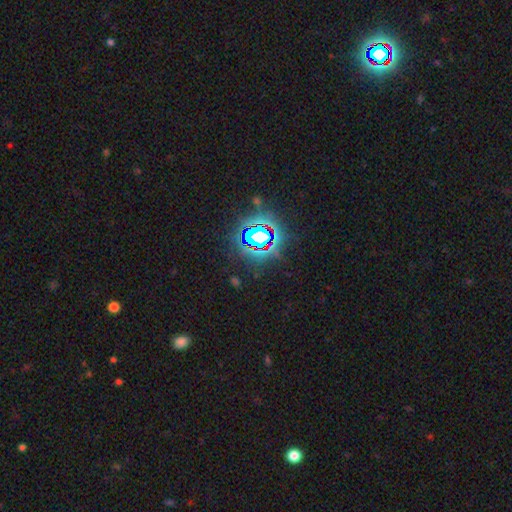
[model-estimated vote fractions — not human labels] A star or artifact, not a galaxy (83%).